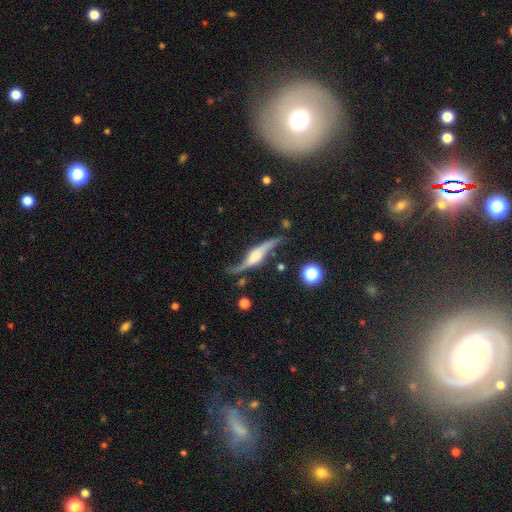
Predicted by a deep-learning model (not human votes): This is clearly a featured or disk galaxy (83%). It is possibly not viewed edge-on (51%). Merging: likely none (64%).